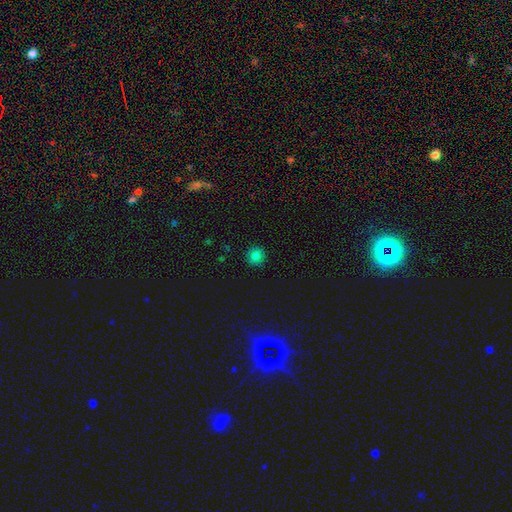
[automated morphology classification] This is clearly a smooth galaxy (81%). How rounded: clearly round (92%). Merging: clearly none (91%).